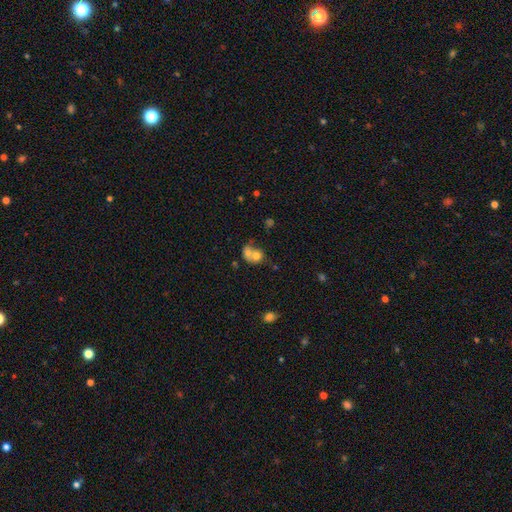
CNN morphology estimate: Overall: smooth (68%). How rounded: round (68%; in between 31%). Merging: merger (67%).